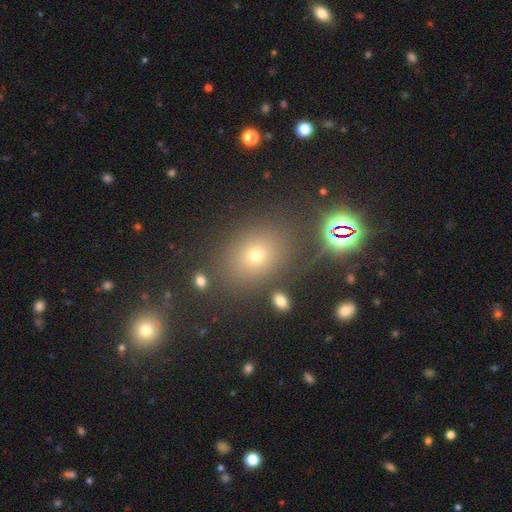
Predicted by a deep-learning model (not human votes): smooth-or-featured: smooth: 57% | star or artifact: 32% | featured or disk: 11%
  how-rounded: round: 52% | in between: 46% | cigar-shaped: 1%
  merging: none: 84% | minor disturbance: 8% | merger: 4% | major disturbance: 4%